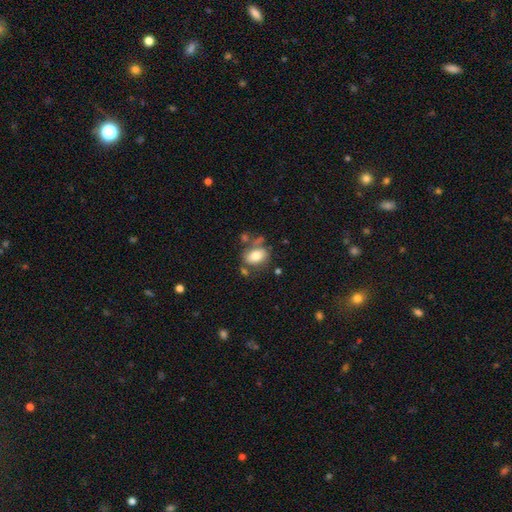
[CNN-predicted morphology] smooth-or-featured: smooth: 77% | featured or disk: 15% | star or artifact: 8%
  how-rounded: in between: 80% | round: 18% | cigar-shaped: 2%
  merging: none: 53% | minor disturbance: 21% | merger: 16% | major disturbance: 10%